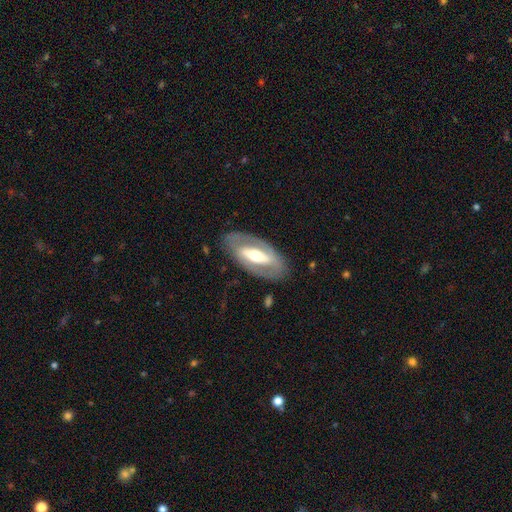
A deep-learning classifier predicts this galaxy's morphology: smooth_or_featured: featured or disk (p=0.71) [alt: smooth p=0.24]
disk_edge_on: no (p=0.86) [alt: yes p=0.14]
bar: strong (p=0.61) [alt: weak p=0.21]
has_spiral_arms: no (p=0.56) [alt: yes p=0.44]
bulge_size: moderate (p=0.61) [alt: small p=0.19]
merging: none (p=0.79) [alt: minor disturbance p=0.13]